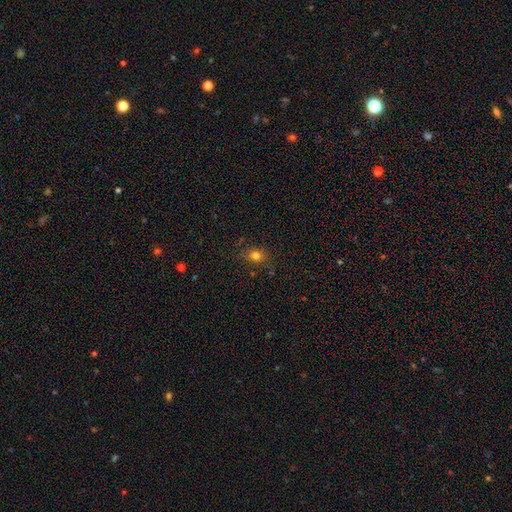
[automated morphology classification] smooth_or_featured: smooth (p=0.78) [alt: star or artifact p=0.15]
how_rounded: round (p=0.56) [alt: in between p=0.42]
merging: none (p=0.79) [alt: minor disturbance p=0.15]